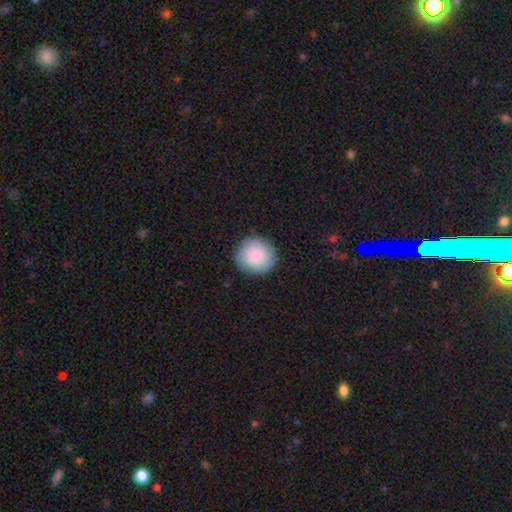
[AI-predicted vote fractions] Smooth or featured: smooth — 84% (featured or disk — 10%)
How rounded: round — 93% (in between — 6%)
Merging: none — 88% (minor disturbance — 9%)